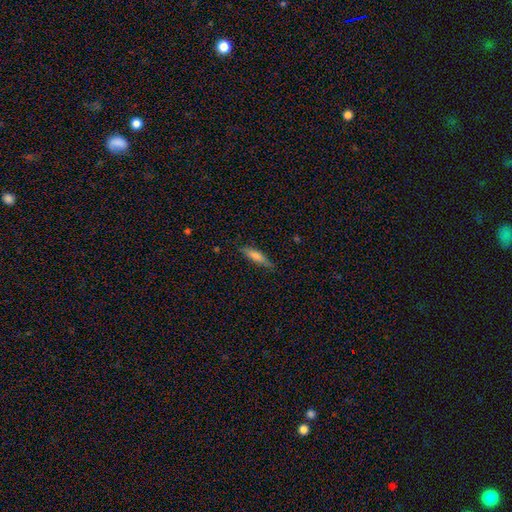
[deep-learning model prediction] Smooth or featured: smooth — 63% (featured or disk — 30%)
How rounded: cigar-shaped — 75% (in between — 23%)
Merging: none — 80% (minor disturbance — 16%)